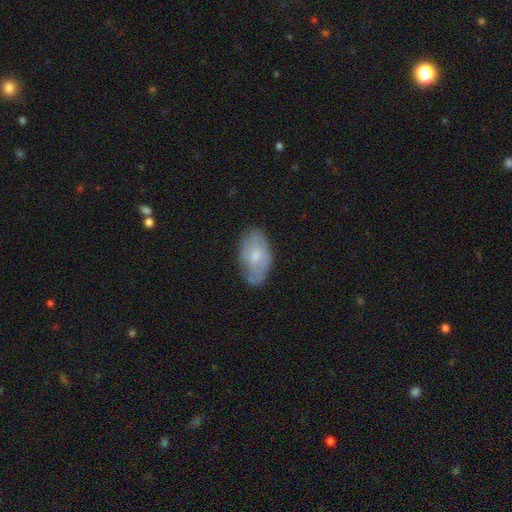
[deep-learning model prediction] Smooth or featured? smooth (57%)
How rounded? in between (94%)
Merging? none (67%)